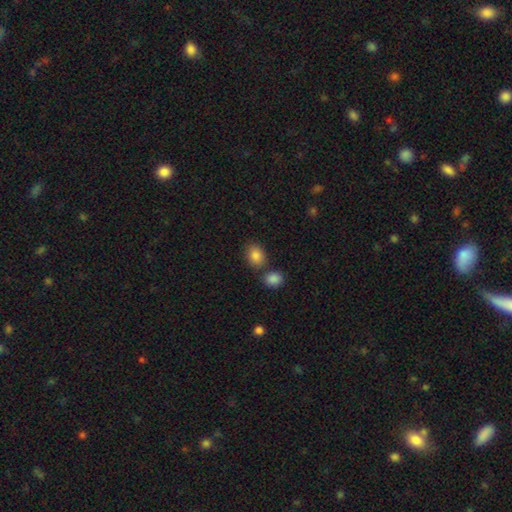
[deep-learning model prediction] This appears to be a smooth galaxy with no disk features (86%) that is in between round and cigar-shaped (61%). Merging: none (67%).